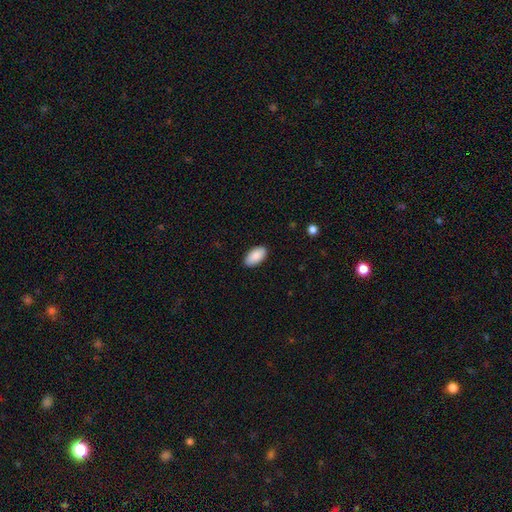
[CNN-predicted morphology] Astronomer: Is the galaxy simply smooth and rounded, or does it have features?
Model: smooth — 89%.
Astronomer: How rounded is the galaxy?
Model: in between — 96%.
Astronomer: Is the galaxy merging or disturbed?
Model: none — 89%.